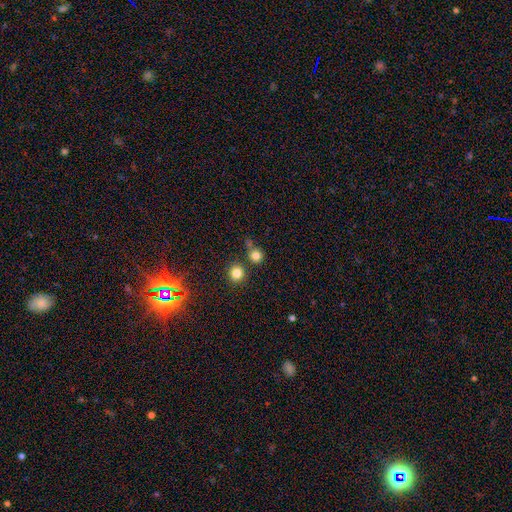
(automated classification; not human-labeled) A smooth galaxy with no disk features (80%) that is round (91%).

Vote fractions:
- Smooth or featured? smooth: 80% / star or artifact: 14% / featured or disk: 6%
- How rounded? round: 91% / in between: 8% / cigar-shaped: 1%
- Merging? none: 73% / merger: 15% / minor disturbance: 9% / major disturbance: 3%